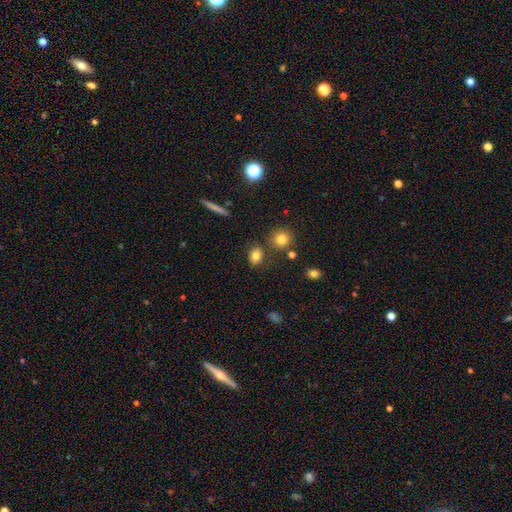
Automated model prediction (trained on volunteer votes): Smooth or featured? Predicted: smooth (p=0.80). How rounded? Predicted: in between (p=0.57). Merging? Predicted: none (p=0.80).